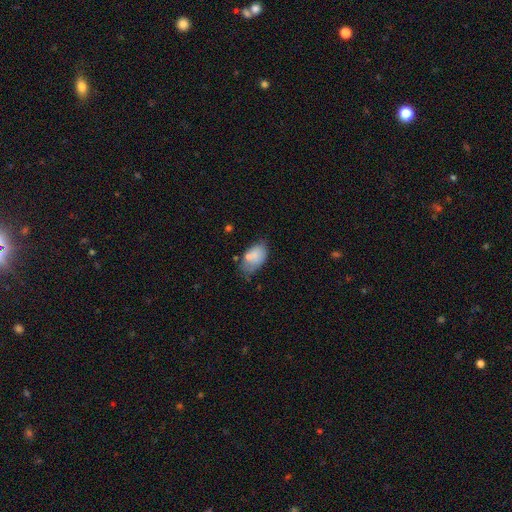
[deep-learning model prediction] smooth_or_featured: smooth (p=0.72) [alt: featured or disk p=0.20]
how_rounded: in between (p=0.90) [alt: round p=0.08]
merging: none (p=0.45) [alt: minor disturbance p=0.31]